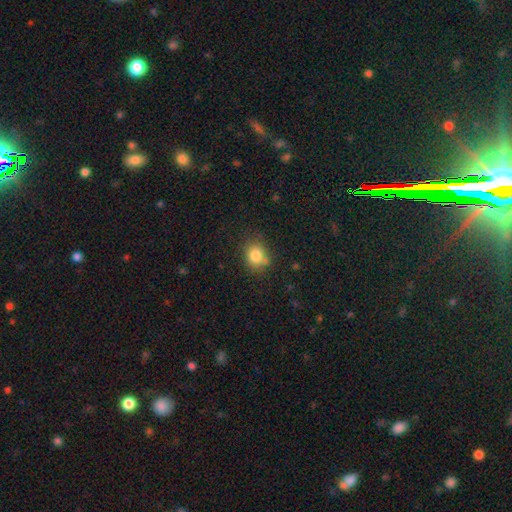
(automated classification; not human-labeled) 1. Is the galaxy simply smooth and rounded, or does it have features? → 82% smooth, 11% star or artifact, 7% featured or disk.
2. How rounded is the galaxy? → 70% round, 29% in between, 1% cigar-shaped.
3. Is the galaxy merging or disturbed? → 70% none, 18% minor disturbance, 7% merger, 5% major disturbance.